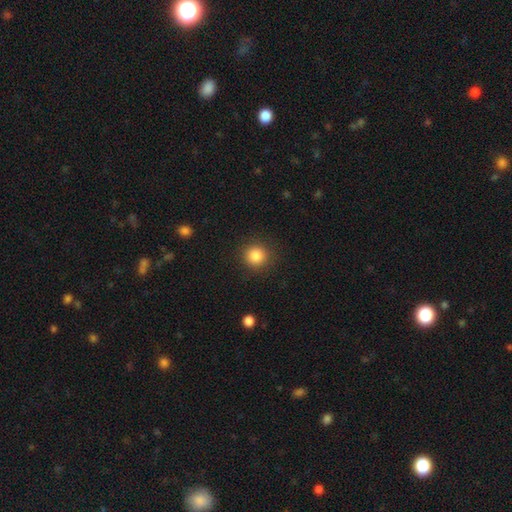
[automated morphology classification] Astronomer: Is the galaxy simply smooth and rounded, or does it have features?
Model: smooth — 85%.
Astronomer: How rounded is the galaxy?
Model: round — 93%.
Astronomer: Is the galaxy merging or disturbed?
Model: none — 90%.